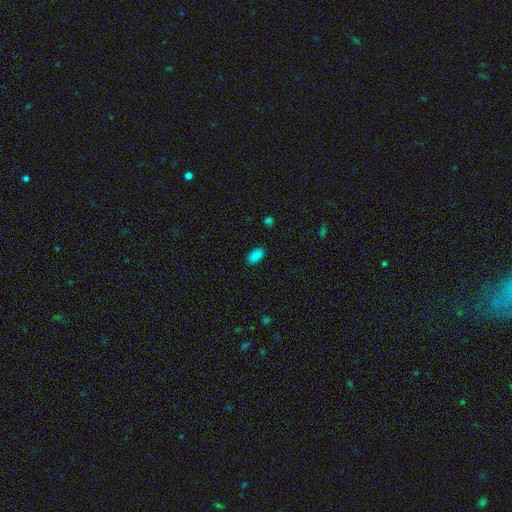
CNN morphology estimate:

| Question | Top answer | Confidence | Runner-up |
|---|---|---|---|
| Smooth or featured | smooth | 87% | star or artifact (10%) |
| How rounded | in between | 93% | cigar-shaped (4%) |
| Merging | none | 87% | minor disturbance (9%) |